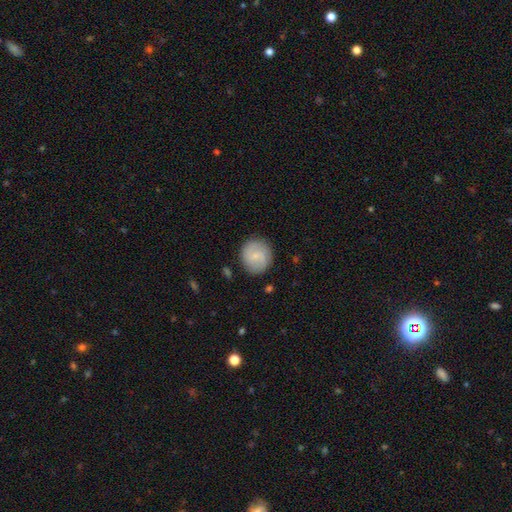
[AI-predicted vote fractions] Overall: smooth (53%; featured or disk 41%). How rounded: round (88%). Merging: none (85%).